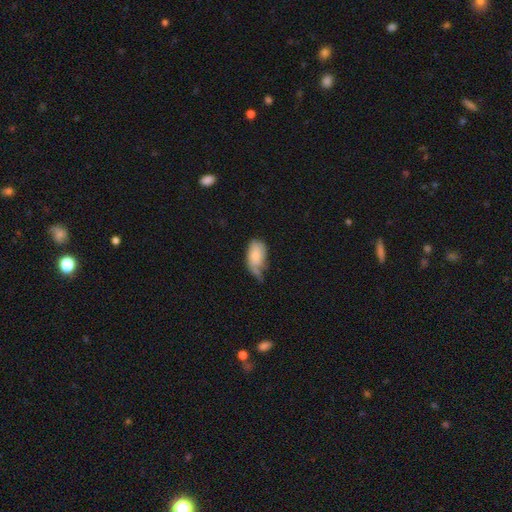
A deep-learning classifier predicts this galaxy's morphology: Overall: smooth (70%). How rounded: in between (93%). Merging: minor disturbance (42%; major disturbance 30%).